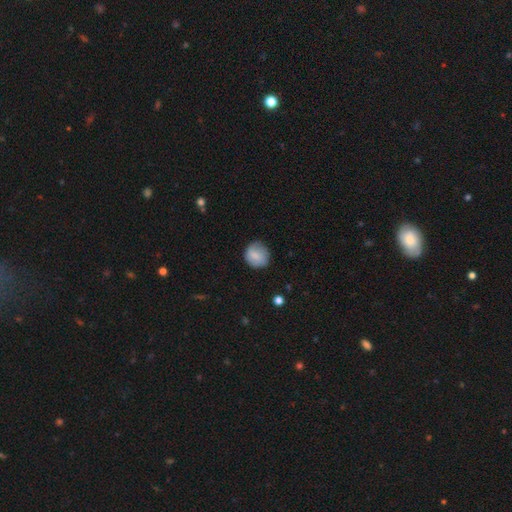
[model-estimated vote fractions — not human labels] A smooth galaxy with no disk features (77%) that is round (89%). Merging: none (76%).